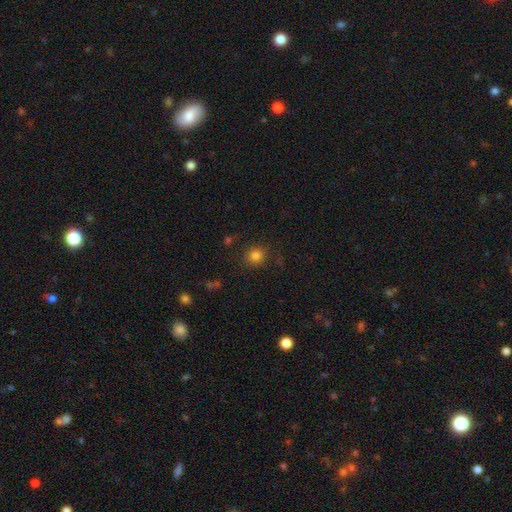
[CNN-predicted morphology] Smooth or featured? smooth (81%)
How rounded? round (85%)
Merging? none (85%)